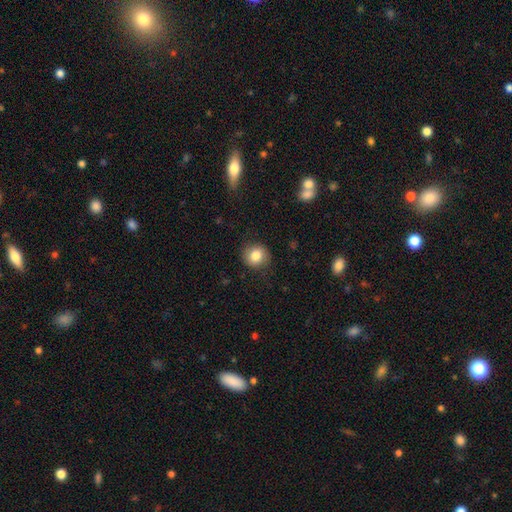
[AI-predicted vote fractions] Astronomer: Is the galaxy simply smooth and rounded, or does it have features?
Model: smooth — 82%.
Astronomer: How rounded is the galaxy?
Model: round — 85%.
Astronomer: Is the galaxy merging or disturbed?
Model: none — 84%.